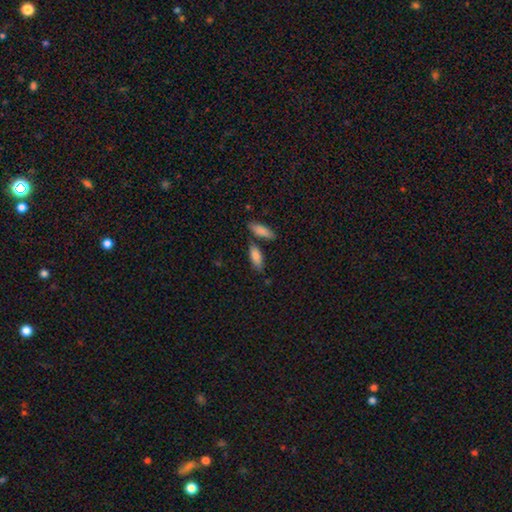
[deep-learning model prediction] Smooth or featured: smooth — 84% (featured or disk — 9%)
How rounded: in between — 69% (cigar-shaped — 28%)
Merging: none — 70% (merger — 14%)